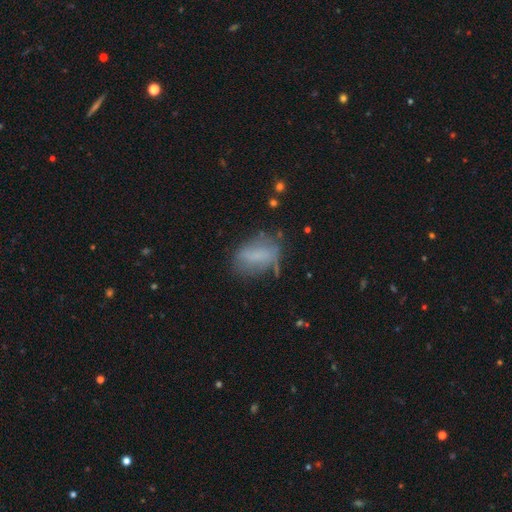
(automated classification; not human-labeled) Smooth or featured?
  - smooth: 60% *
  - featured or disk: 28%
  - star or artifact: 11%
How rounded?
  - in between: 86% *
  - round: 9%
  - cigar-shaped: 6%
Merging?
  - none: 53% *
  - minor disturbance: 29%
  - major disturbance: 14%
  - merger: 4%